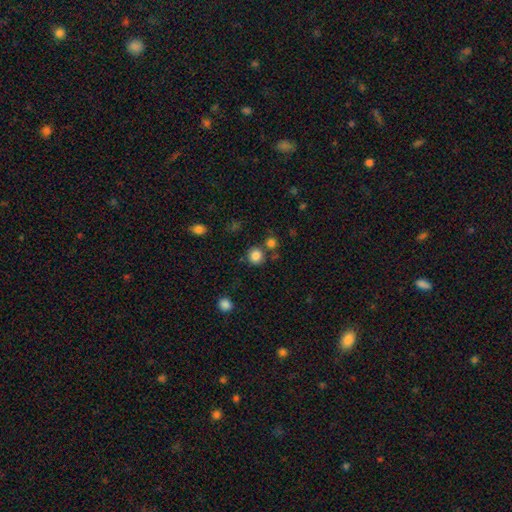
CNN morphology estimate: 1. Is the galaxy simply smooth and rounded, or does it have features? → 83% smooth, 12% star or artifact, 5% featured or disk.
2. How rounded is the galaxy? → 91% round, 8% in between, 1% cigar-shaped.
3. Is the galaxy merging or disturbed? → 77% none, 12% merger, 8% minor disturbance, 3% major disturbance.